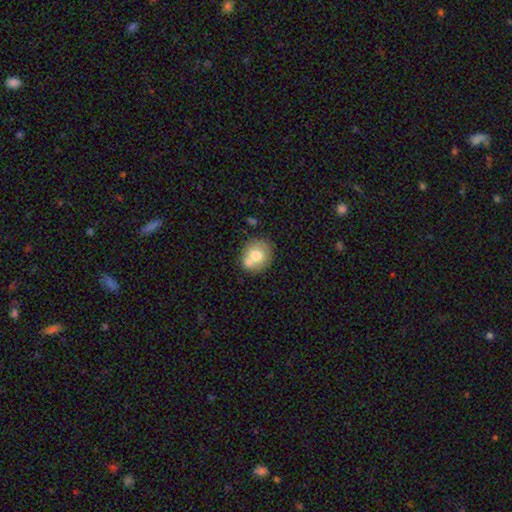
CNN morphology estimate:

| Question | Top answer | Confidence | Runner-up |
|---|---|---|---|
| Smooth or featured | smooth | 70% | featured or disk (21%) |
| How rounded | round | 76% | in between (23%) |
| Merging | none | 56% | merger (27%) |